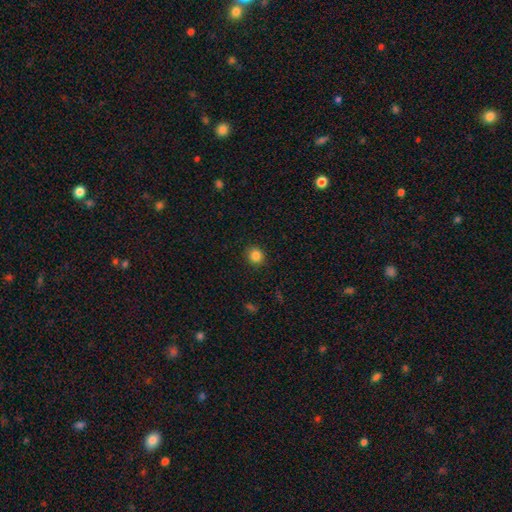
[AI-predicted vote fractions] Morphology: type=smooth (85%); roundness=round (86%); merging=none (91%).